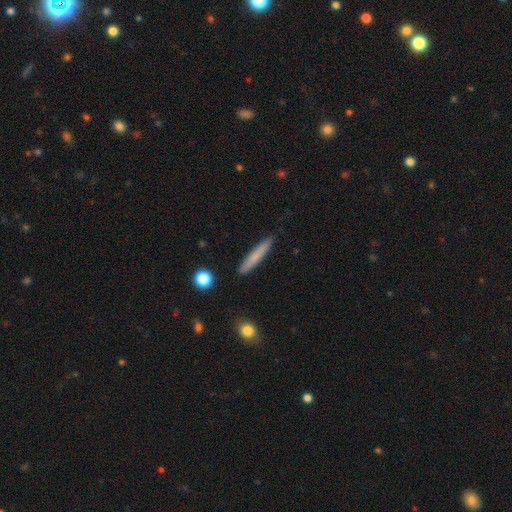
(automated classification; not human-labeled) Smooth or featured: smooth — 74% (featured or disk — 20%)
How rounded: cigar-shaped — 95% (in between — 4%)
Merging: none — 90% (minor disturbance — 8%)